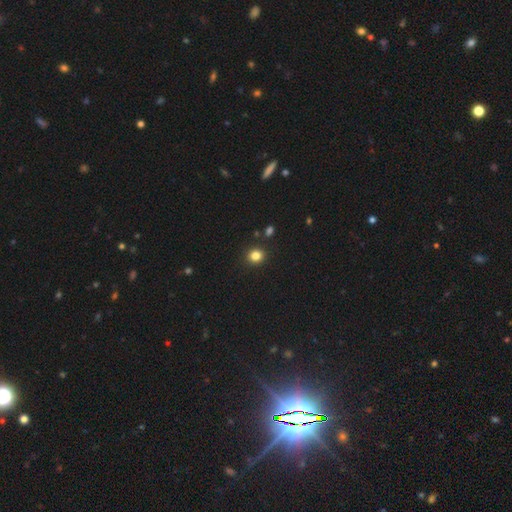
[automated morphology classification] A smooth galaxy with no disk features (83%) that is round (78%). Merging: none (89%).